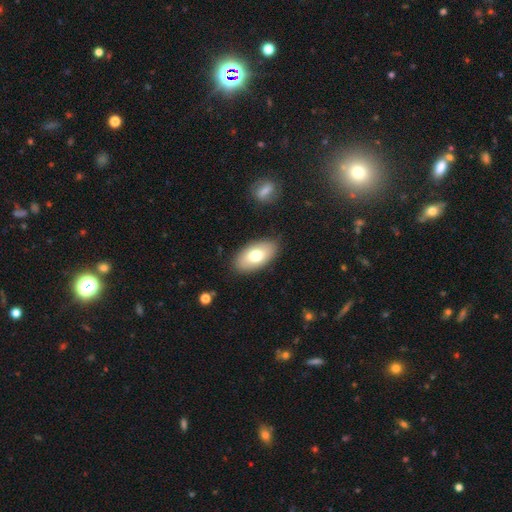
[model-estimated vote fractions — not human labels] Smooth or featured? Predicted: smooth (p=0.73). How rounded? Predicted: in between (p=0.94). Merging? Predicted: none (p=0.86).